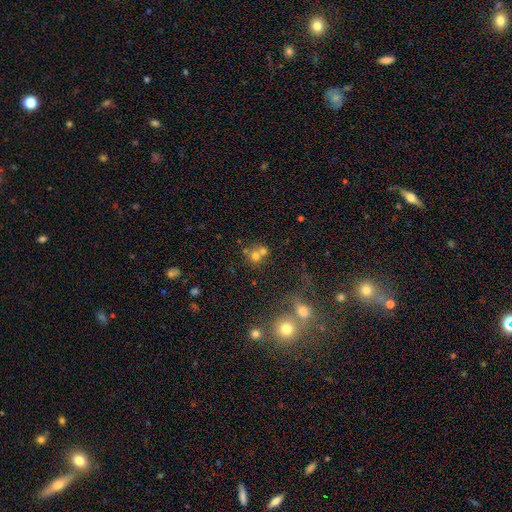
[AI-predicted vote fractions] The model was most divided on "merging": merger: 46%, none: 42%, minor disturbance: 7%, major disturbance: 4%. More confident: how rounded — round (84%); smooth or featured — smooth (64%).